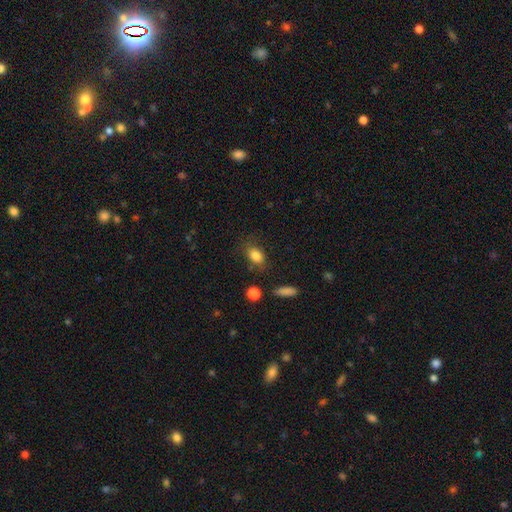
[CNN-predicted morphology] Smooth or featured: smooth — 83% (star or artifact — 9%)
How rounded: in between — 77% (round — 21%)
Merging: none — 75% (minor disturbance — 16%)